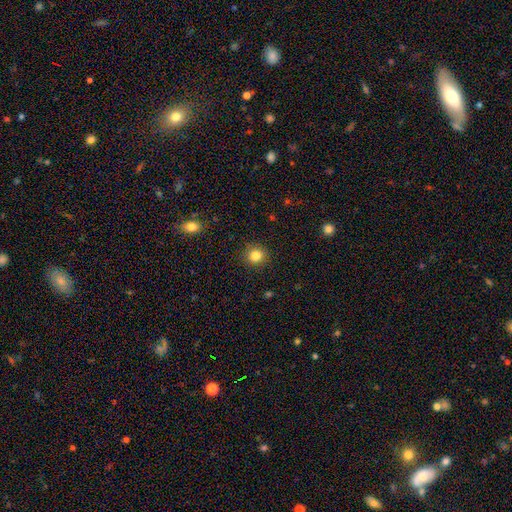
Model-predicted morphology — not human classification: A smooth galaxy with no disk features (83%) that is round (91%).

Vote fractions:
- Smooth or featured? smooth: 83% / star or artifact: 11% / featured or disk: 5%
- How rounded? round: 91% / in between: 8% / cigar-shaped: 1%
- Merging? none: 91% / minor disturbance: 6% / major disturbance: 2% / merger: 1%